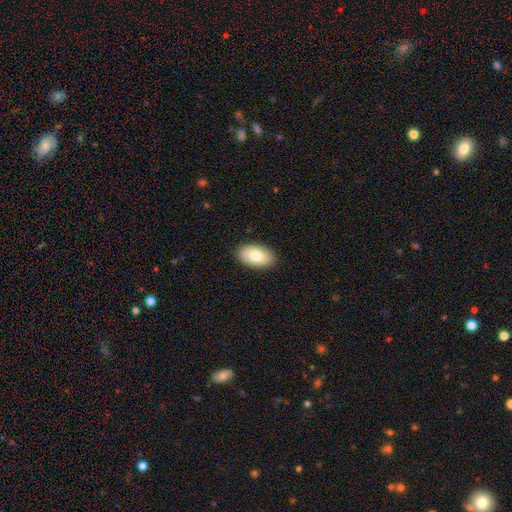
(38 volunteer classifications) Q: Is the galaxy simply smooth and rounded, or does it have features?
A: smooth — 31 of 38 (82%).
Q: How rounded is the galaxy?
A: in between — 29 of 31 (94%).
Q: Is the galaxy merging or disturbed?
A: none — 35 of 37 (95%).